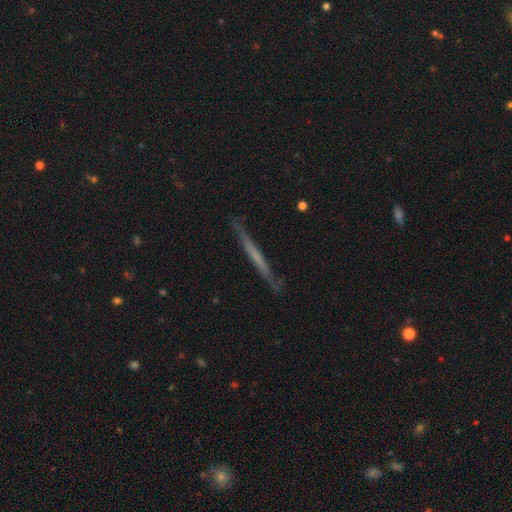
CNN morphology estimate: This is possibly a featured or disk galaxy (54%). It is clearly viewed edge-on (96%). Edge-on bulge: clearly none (86%). Merging: clearly none (86%).